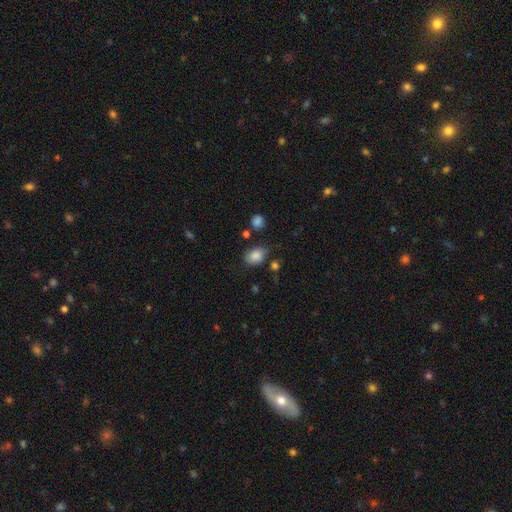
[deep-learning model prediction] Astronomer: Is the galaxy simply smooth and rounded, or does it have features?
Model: smooth — 82%.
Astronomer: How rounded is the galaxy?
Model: in between — 71%.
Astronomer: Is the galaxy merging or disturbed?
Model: none — 65%.